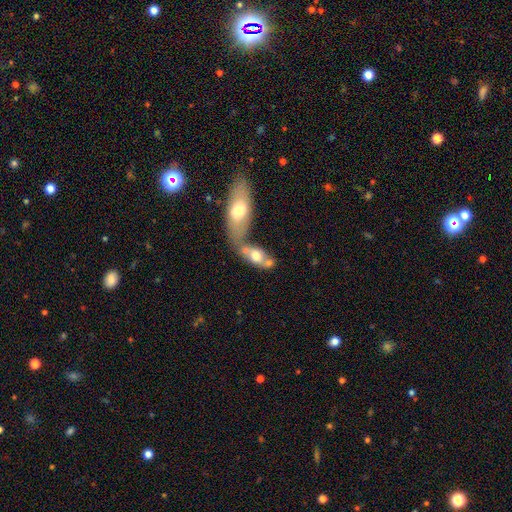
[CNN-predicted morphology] smooth 66%, featured or disk 26%, star or artifact 7%. Down the decision tree: how rounded — in between (78%); merging — merger (65%).